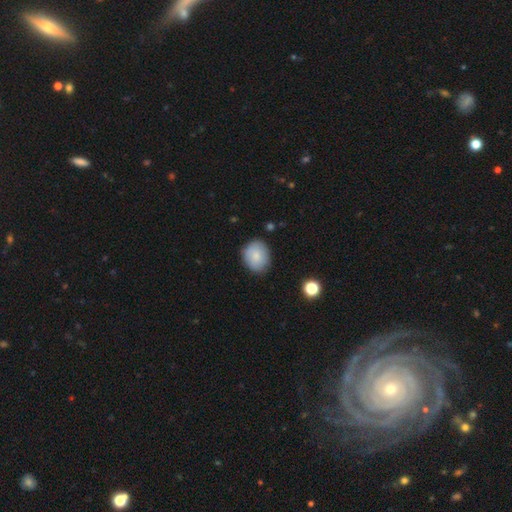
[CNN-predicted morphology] smooth 83%, featured or disk 10%, star or artifact 7%. Down the decision tree: how rounded — round (60%); merging — none (83%).